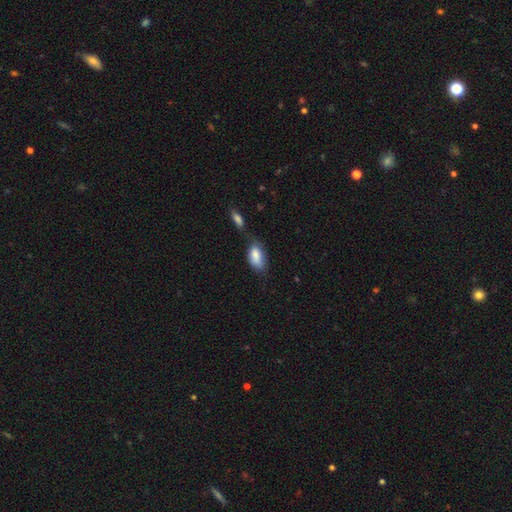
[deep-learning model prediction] A smooth galaxy with no disk features (83%) that is in between round and cigar-shaped (92%).

Vote fractions:
- Smooth or featured? smooth: 83% / featured or disk: 10% / star or artifact: 7%
- How rounded? in between: 92% / cigar-shaped: 4% / round: 4%
- Merging? none: 39% / minor disturbance: 28% / merger: 23% / major disturbance: 10%